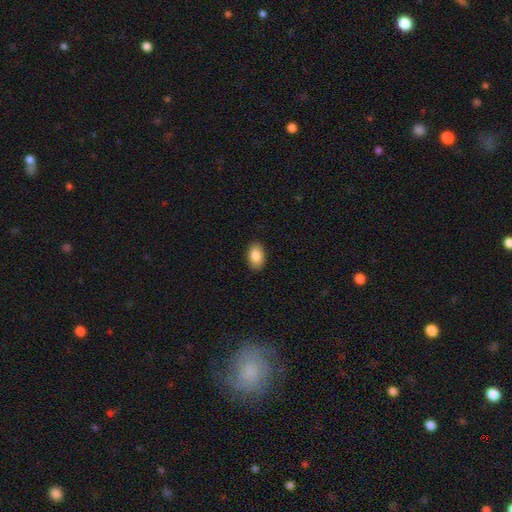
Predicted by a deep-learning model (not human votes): Morphology: type=smooth (87%); roundness=in between (89%); merging=none (89%).